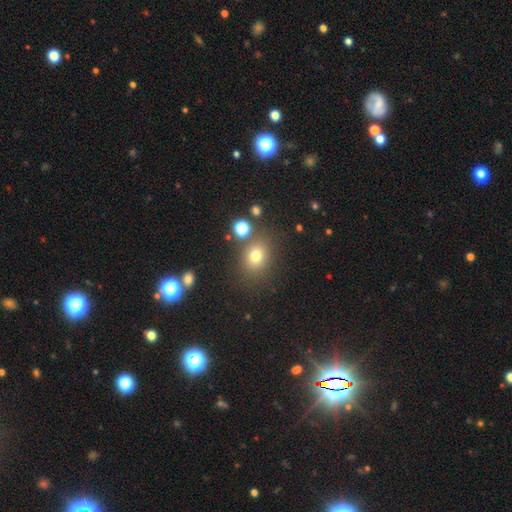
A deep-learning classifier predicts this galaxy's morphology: Smooth or featured?
  - smooth: 74% *
  - star or artifact: 17%
  - featured or disk: 9%
How rounded?
  - round: 61% *
  - in between: 38%
  - cigar-shaped: 1%
Merging?
  - none: 76% *
  - minor disturbance: 11%
  - merger: 8%
  - major disturbance: 5%